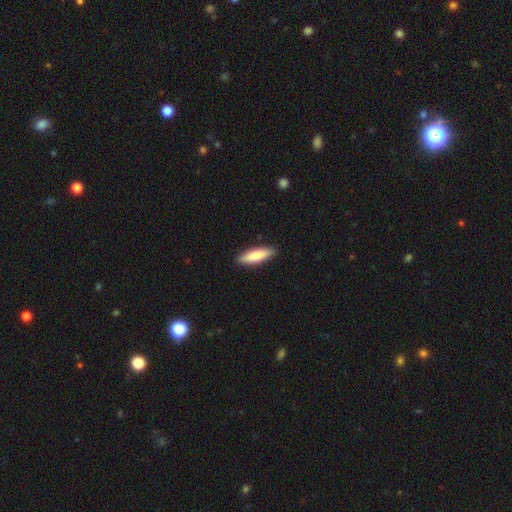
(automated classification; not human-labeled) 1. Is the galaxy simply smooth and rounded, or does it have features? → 80% smooth, 15% featured or disk, 5% star or artifact.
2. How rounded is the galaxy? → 64% cigar-shaped, 34% in between, 2% round.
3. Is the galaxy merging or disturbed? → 90% none, 8% minor disturbance, 2% major disturbance, 1% merger.